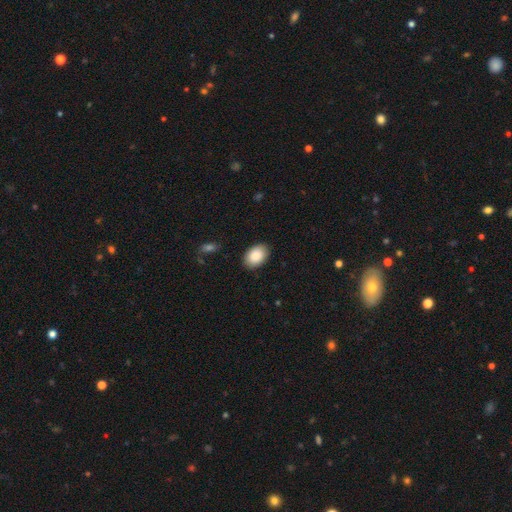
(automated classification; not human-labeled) Smooth or featured? Predicted: smooth (p=0.89). How rounded? Predicted: in between (p=0.88). Merging? Predicted: none (p=0.88).